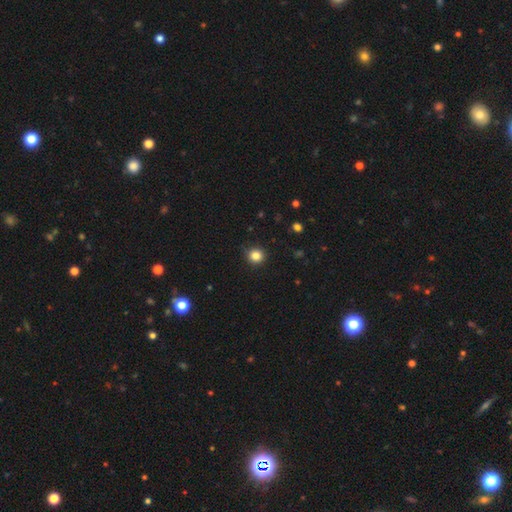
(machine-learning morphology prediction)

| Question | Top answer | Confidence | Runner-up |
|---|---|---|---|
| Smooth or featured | smooth | 84% | star or artifact (12%) |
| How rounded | round | 94% | in between (5%) |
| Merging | none | 89% | minor disturbance (8%) |